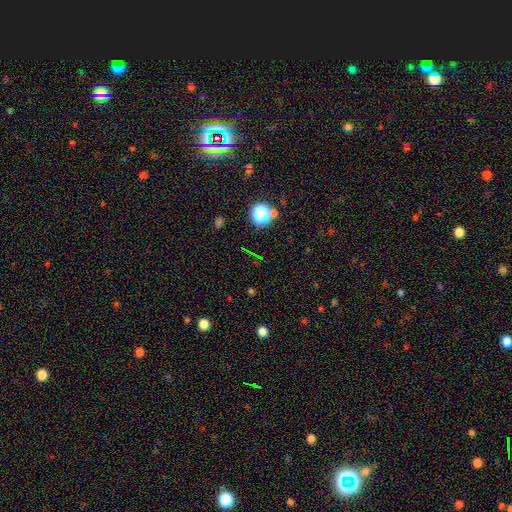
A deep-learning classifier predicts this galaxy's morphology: smooth_or_featured: star or artifact (p=0.63) [alt: smooth p=0.27]